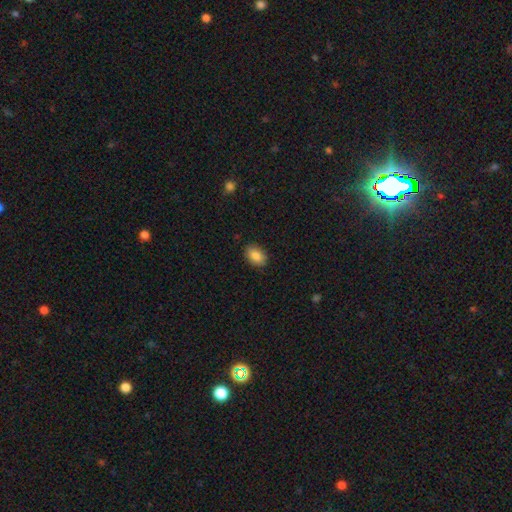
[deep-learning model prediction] The model was most divided on "how rounded": in between: 84%, round: 15%, cigar-shaped: 1%. More confident: merging — none (89%); smooth or featured — smooth (86%).